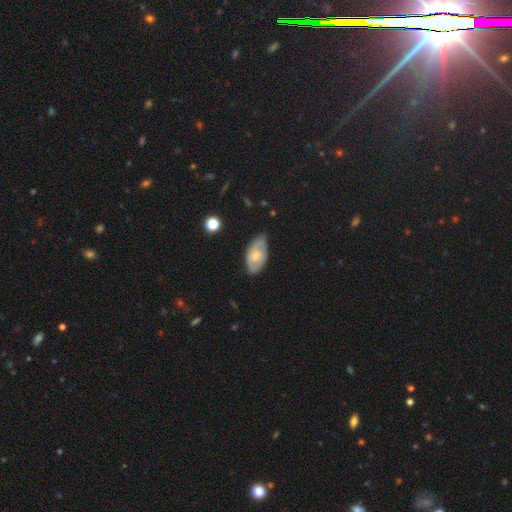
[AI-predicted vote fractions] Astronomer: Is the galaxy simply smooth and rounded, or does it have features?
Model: featured or disk — 53% (runner-up: smooth, 40%).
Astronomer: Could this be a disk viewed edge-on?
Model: no — 93%.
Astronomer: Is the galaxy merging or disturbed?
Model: none — 61%.